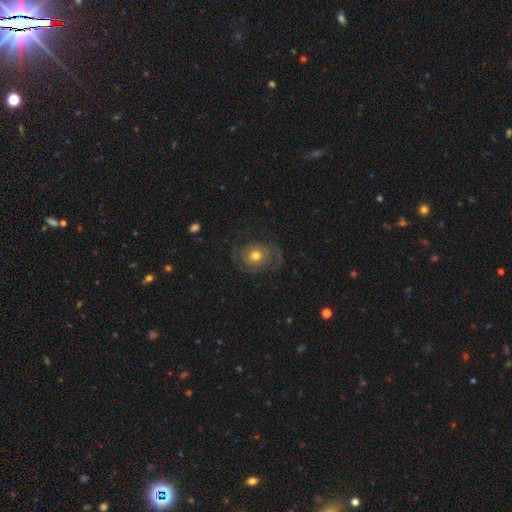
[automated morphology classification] The model was most divided on "smooth or featured": featured or disk: 60%, smooth: 31%, star or artifact: 9%. More confident: edge-on disk — no (97%); spiral arms — yes (83%); bar — no (81%); bulge size — moderate (73%); merging — none (63%).